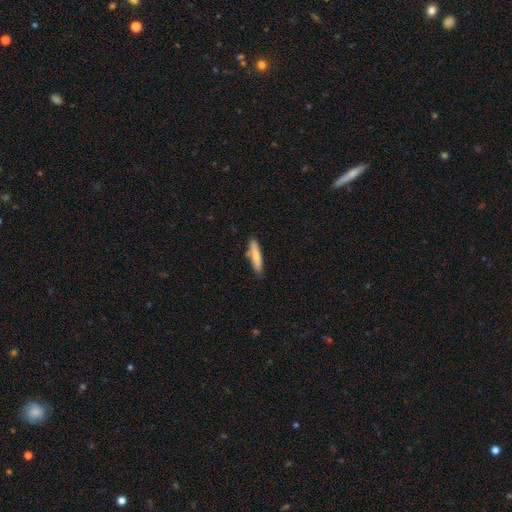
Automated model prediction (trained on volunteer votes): Q: Smooth or featured?
A: smooth (74%); runner-up: featured or disk (20%)
Q: How rounded?
A: cigar-shaped (83%); runner-up: in between (16%)
Q: Merging?
A: none (80%); runner-up: minor disturbance (14%)